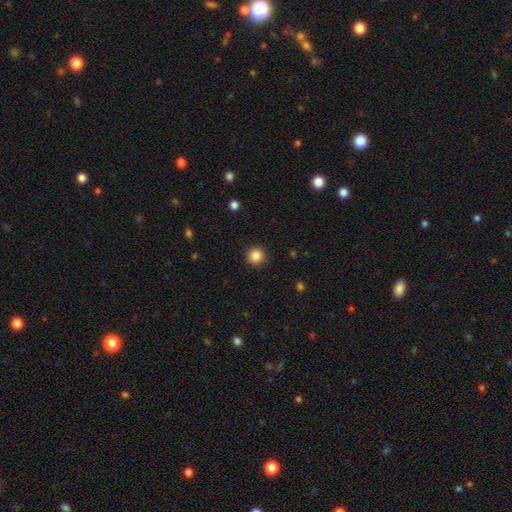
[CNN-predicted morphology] smooth_or_featured: smooth (p=0.86) [alt: star or artifact p=0.10]
how_rounded: round (p=0.95) [alt: in between p=0.04]
merging: none (p=0.92) [alt: minor disturbance p=0.06]